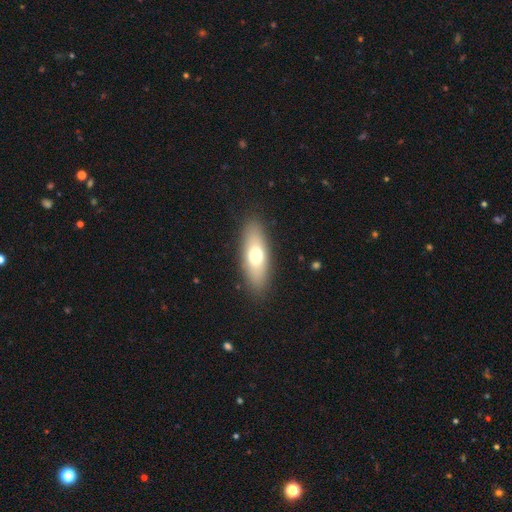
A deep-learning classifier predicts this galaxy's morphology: smooth 67%, featured or disk 26%, star or artifact 7%. Down the decision tree: how rounded — in between (64%); merging — none (87%).